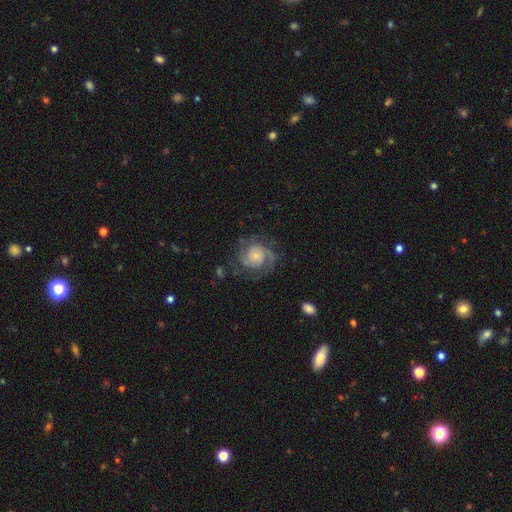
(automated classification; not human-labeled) A featured or disk galaxy (80%) with no bar (74%), 2 (51%) tight (49%) spiral arms (95%) and a small central bulge (60%).

Vote fractions:
- Smooth or featured? featured or disk: 80% / smooth: 13% / star or artifact: 7%
- Edge-on disk? no: 98% / yes: 2%
- Bar? no: 74% / weak: 22% / strong: 4%
- Spiral arms? yes: 95% / no: 5%
- Spiral winding? tight: 49% / medium: 39% / loose: 12%
- Spiral arm count? 2: 51% / 3: 18% / can't tell: 17% / 4: 5% / 1: 5% / more than 4: 4%
- Bulge size? small: 60% / moderate: 21% / none: 9% / large: 8% / dominant: 2%
- Merging? none: 70% / minor disturbance: 16% / major disturbance: 12% / merger: 2%